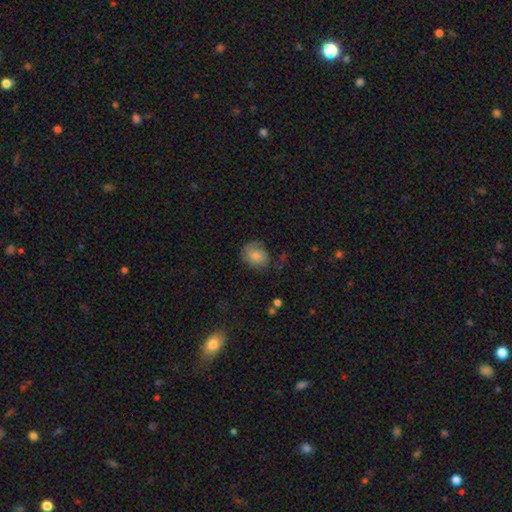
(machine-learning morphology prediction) A smooth galaxy with no disk features (64%) that is round (56%). Merging: none (60%).